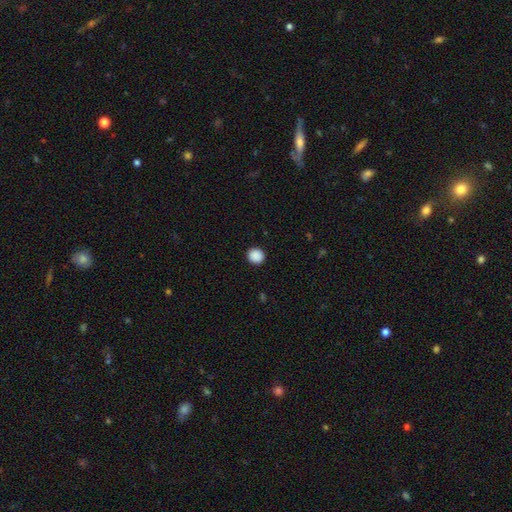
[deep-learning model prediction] Smooth or featured: smooth — 90% (star or artifact — 8%)
How rounded: round — 92% (in between — 7%)
Merging: none — 93% (minor disturbance — 5%)